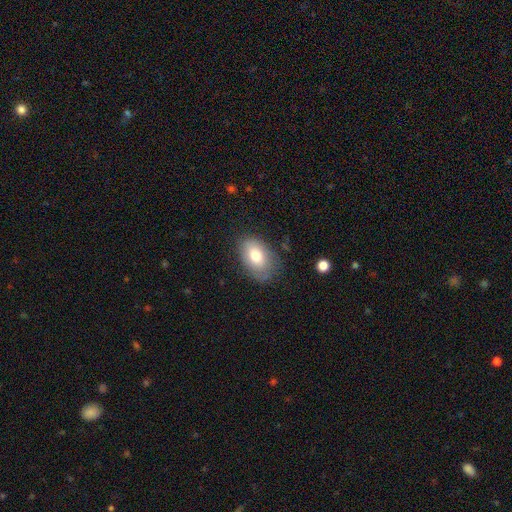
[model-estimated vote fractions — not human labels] Smooth or featured?
  - smooth: 75% *
  - featured or disk: 18%
  - star or artifact: 7%
How rounded?
  - in between: 90% *
  - round: 9%
  - cigar-shaped: 1%
Merging?
  - none: 71% *
  - minor disturbance: 21%
  - major disturbance: 6%
  - merger: 1%